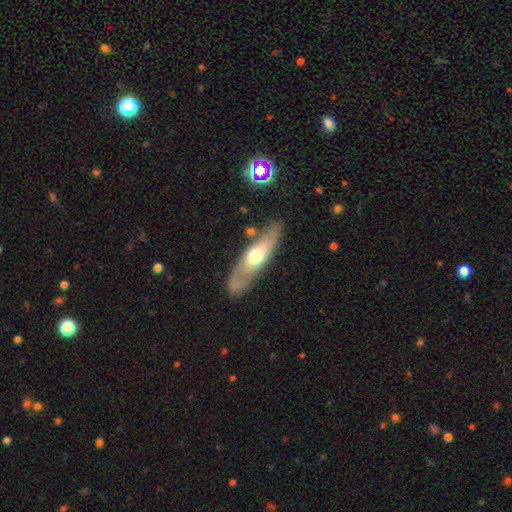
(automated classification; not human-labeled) A featured or disk galaxy (47%, tied with smooth).

Vote fractions:
- Smooth or featured? featured or disk: 47% (tied) / smooth: 47% (tied) / star or artifact: 6%
- Merging? none: 79% / minor disturbance: 14% / major disturbance: 4% / merger: 4%